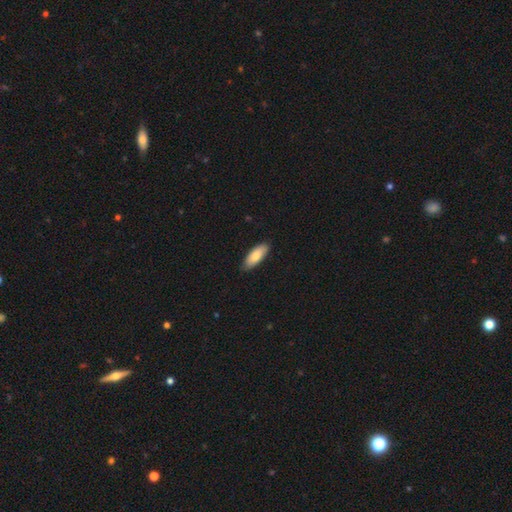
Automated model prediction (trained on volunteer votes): Q: Smooth or featured?
A: smooth (82%); runner-up: featured or disk (13%)
Q: How rounded?
A: in between (73%); runner-up: cigar-shaped (25%)
Q: Merging?
A: none (85%); runner-up: minor disturbance (12%)